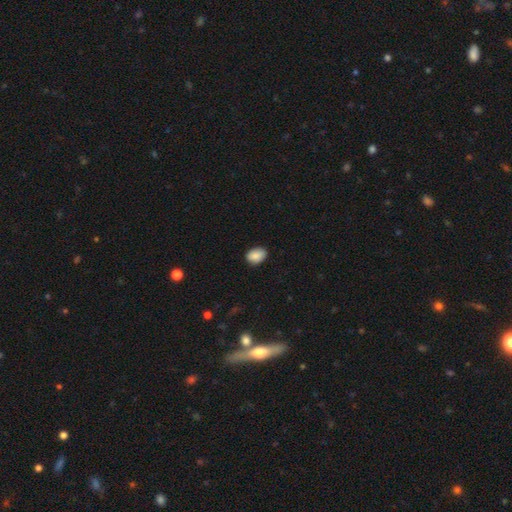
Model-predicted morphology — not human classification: smooth-or-featured: smooth: 88% | star or artifact: 7% | featured or disk: 5%
  how-rounded: in between: 79% | round: 20% | cigar-shaped: 1%
  merging: none: 83% | minor disturbance: 13% | major disturbance: 2% | merger: 1%